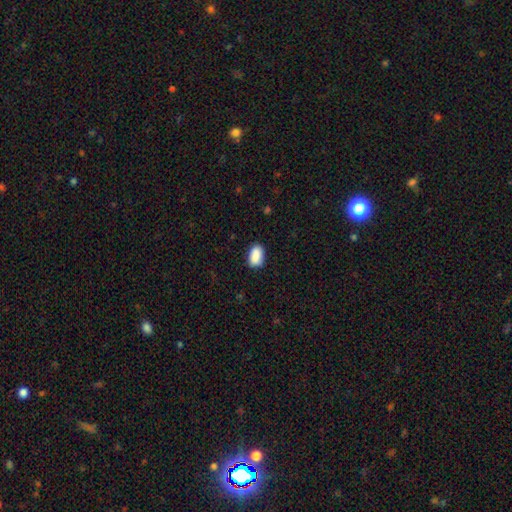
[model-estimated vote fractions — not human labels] smooth 89%, star or artifact 7%, featured or disk 4%. Down the decision tree: how rounded — in between (91%); merging — none (83%).